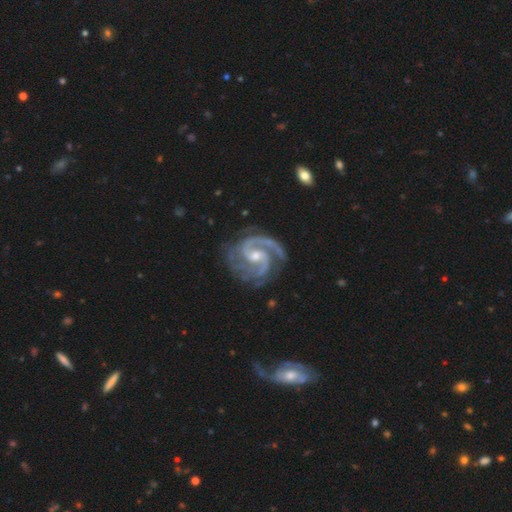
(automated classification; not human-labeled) Morphology: type=featured or disk (94%); edge-on=no (98%); bar=weak (49%); spiral arms=yes (99%); winding=medium (52%); arm count=2 (67%); bulge=small (47%, tied with moderate); merging=none (73%).